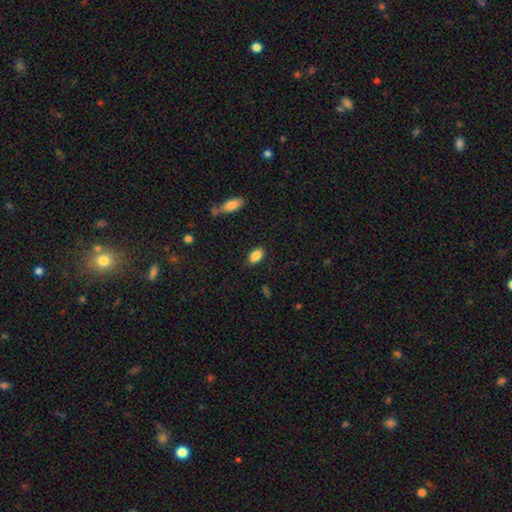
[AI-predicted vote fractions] A smooth galaxy with no disk features (87%) that is in between round and cigar-shaped (91%).

Vote fractions:
- Smooth or featured? smooth: 87% / star or artifact: 8% / featured or disk: 5%
- How rounded? in between: 91% / round: 6% / cigar-shaped: 3%
- Merging? none: 86% / minor disturbance: 10% / major disturbance: 3% / merger: 1%